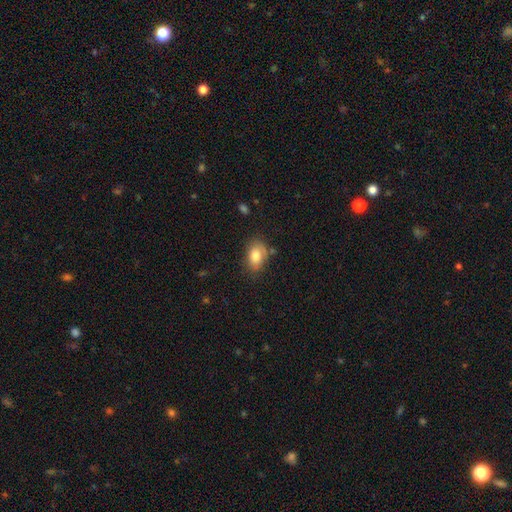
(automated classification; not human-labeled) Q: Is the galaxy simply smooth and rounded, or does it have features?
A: smooth — 81%.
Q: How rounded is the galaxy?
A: in between — 85%.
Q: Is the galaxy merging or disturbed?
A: none — 69%.